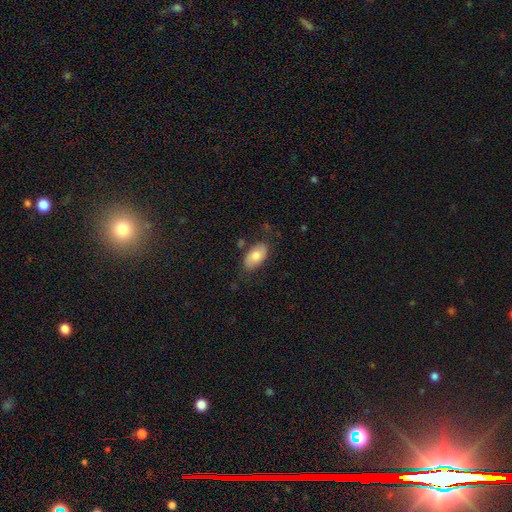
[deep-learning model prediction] This appears to be a smooth galaxy with no disk features (75%) that is in between round and cigar-shaped (94%). Merging: none (76%).